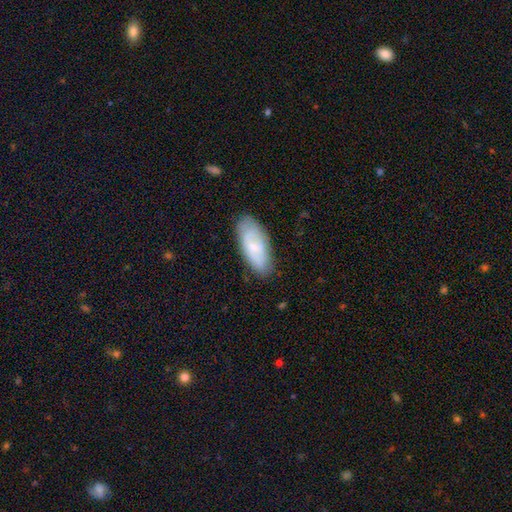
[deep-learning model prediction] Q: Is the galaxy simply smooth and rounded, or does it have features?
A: smooth — 56%.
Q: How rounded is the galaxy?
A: in between — 87%.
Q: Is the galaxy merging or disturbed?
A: none — 75%.